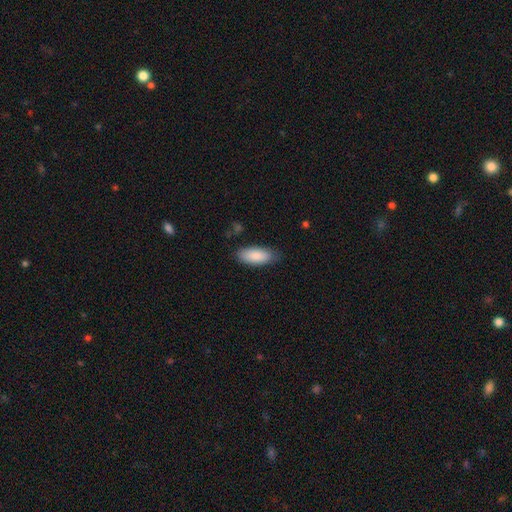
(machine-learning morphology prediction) Overall: smooth (87%). How rounded: in between (83%). Merging: none (80%).